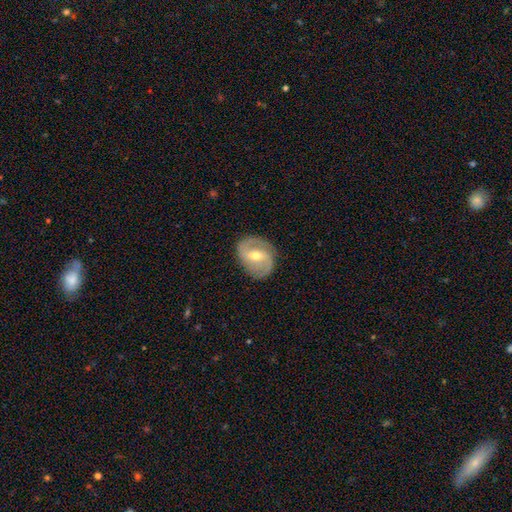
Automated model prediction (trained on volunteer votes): This appears to be a featured or disk galaxy (80%) with a weak bar (48%), 2 (88%) medium (49%) spiral arms (90%) and a moderate central bulge (61%). Merging: none (83%).